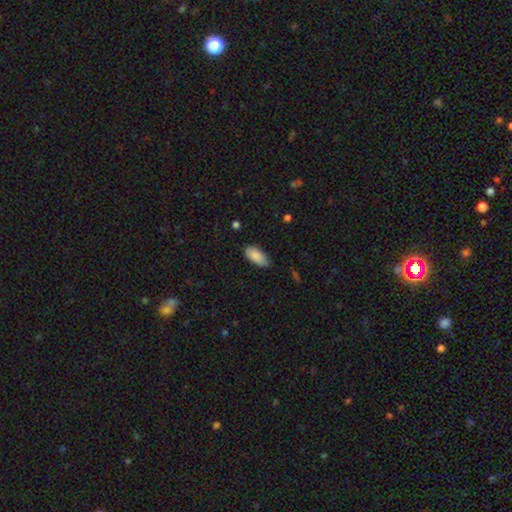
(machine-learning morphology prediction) smooth 89%, star or artifact 6%, featured or disk 5%. Down the decision tree: how rounded — in between (91%); merging — none (78%).